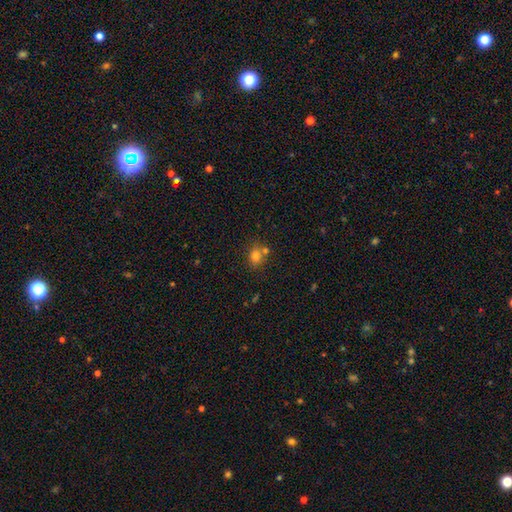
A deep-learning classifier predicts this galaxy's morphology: Overall: smooth (75%). How rounded: round (60%; in between 39%). Merging: none (60%; merger 24%).